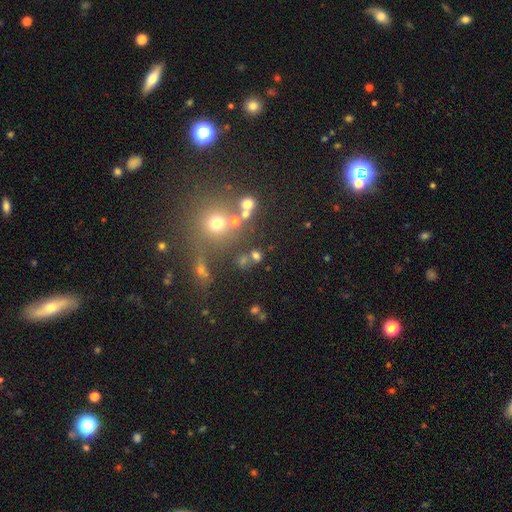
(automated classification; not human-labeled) This appears to be a smooth galaxy with no disk features (64%) that is round (73%). Merging: none (64%).